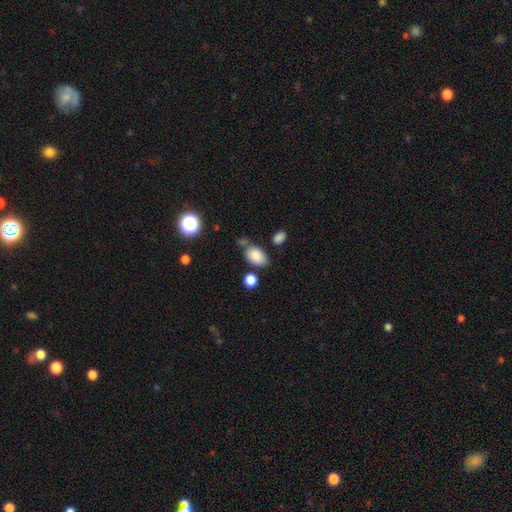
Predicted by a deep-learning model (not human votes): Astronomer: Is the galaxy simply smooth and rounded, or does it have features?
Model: smooth — 85%.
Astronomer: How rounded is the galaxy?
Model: in between — 86%.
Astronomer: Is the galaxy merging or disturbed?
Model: none — 63%.